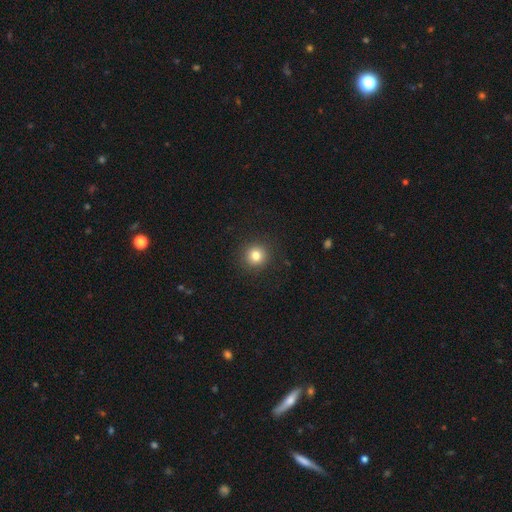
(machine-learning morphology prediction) type=smooth (81%); roundness=round (94%); merging=none (91%).